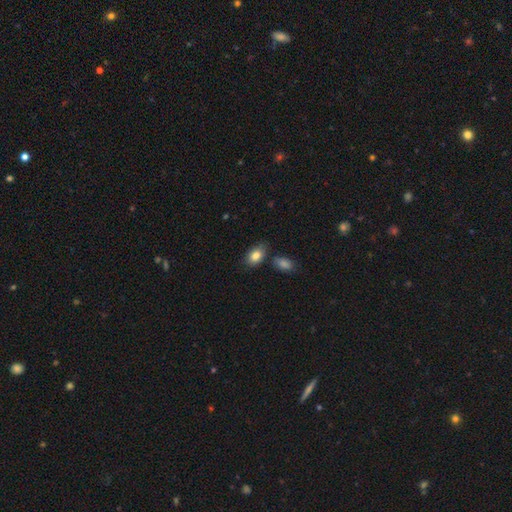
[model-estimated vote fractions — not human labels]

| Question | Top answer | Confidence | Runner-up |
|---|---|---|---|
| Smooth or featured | smooth | 83% | featured or disk (9%) |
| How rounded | in between | 89% | round (10%) |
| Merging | none | 71% | minor disturbance (16%) |